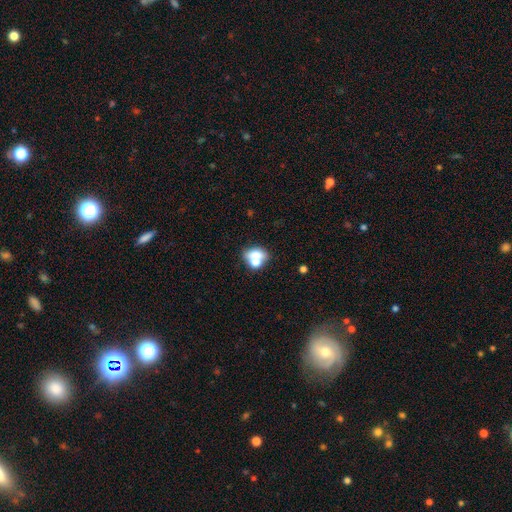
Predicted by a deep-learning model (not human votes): Smooth or featured: smooth — 64% (featured or disk — 25%)
How rounded: round — 51% (in between — 47%)
Merging: merger — 49% (none — 37%)